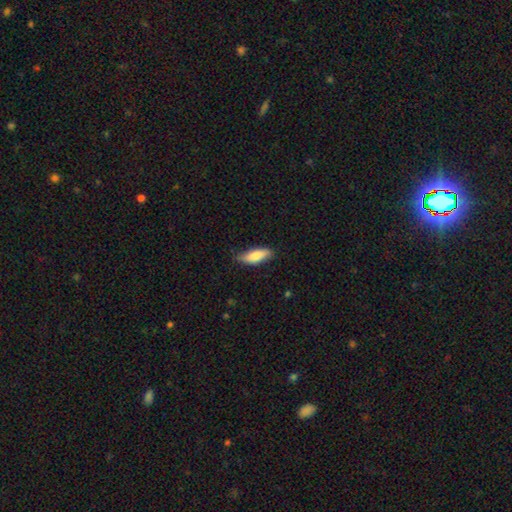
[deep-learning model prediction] smooth-or-featured: smooth: 80% | featured or disk: 15% | star or artifact: 6%
  how-rounded: in between: 63% | cigar-shaped: 35% | round: 2%
  merging: none: 76% | minor disturbance: 20% | major disturbance: 3% | merger: 1%